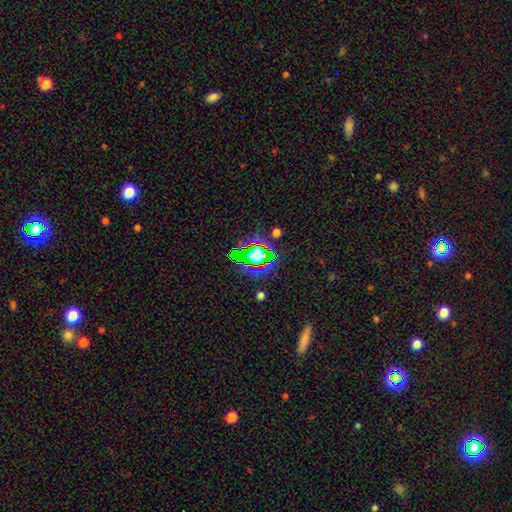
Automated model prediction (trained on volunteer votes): A star or artifact, not a galaxy (54%).

Vote fractions:
- Smooth or featured? star or artifact: 54% / smooth: 30% / featured or disk: 16%